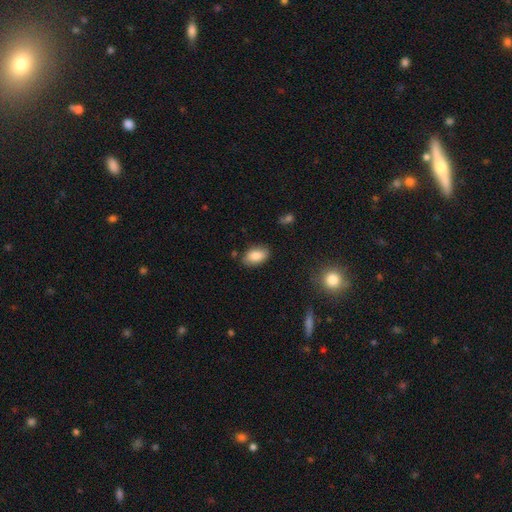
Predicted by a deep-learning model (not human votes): smooth_or_featured: smooth (p=0.85) [alt: star or artifact p=0.08]
how_rounded: in between (p=0.92) [alt: round p=0.06]
merging: none (p=0.82) [alt: minor disturbance p=0.13]